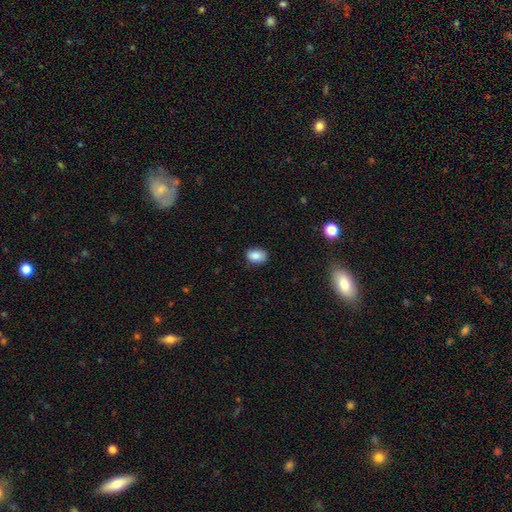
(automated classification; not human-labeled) smooth_or_featured: smooth (p=0.87) [alt: star or artifact p=0.08]
how_rounded: in between (p=0.81) [alt: round p=0.18]
merging: none (p=0.84) [alt: minor disturbance p=0.12]